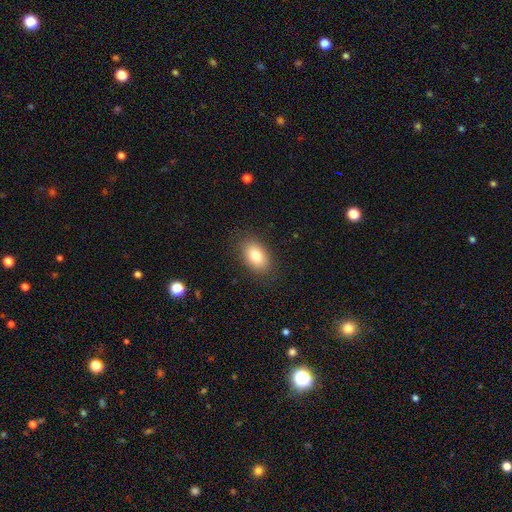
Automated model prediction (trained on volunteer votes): Morphology: type=smooth (81%); roundness=in between (88%); merging=none (85%).